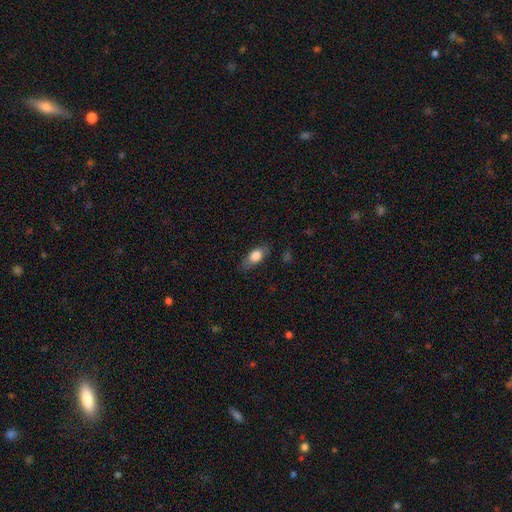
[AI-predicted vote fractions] This is likely a smooth galaxy (79%). How rounded: clearly in between (82%). Merging: likely none (76%).